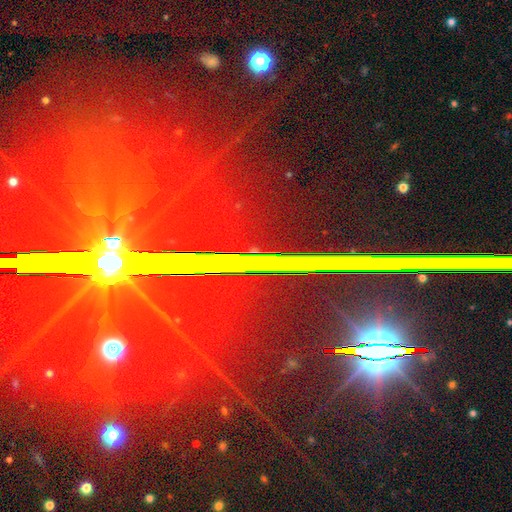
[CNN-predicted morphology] type=star or artifact (75%).